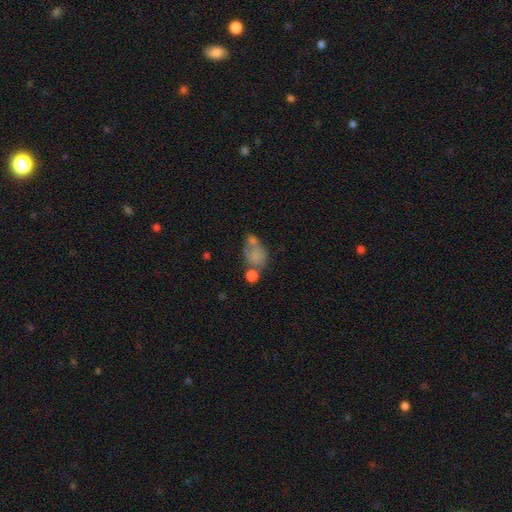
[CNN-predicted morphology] A smooth galaxy with no disk features (68%) that is in between round and cigar-shaped (67%).

Vote fractions:
- Smooth or featured? smooth: 68% / featured or disk: 21% / star or artifact: 11%
- How rounded? in between: 67% / round: 31% / cigar-shaped: 2%
- Merging? merger: 44% / none: 25% / minor disturbance: 17% / major disturbance: 14%